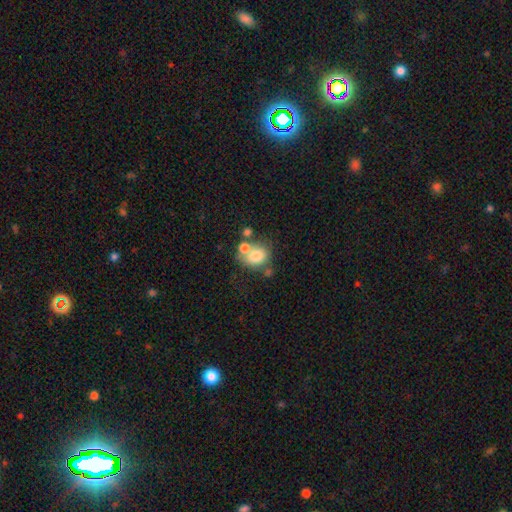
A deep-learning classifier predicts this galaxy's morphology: Smooth or featured? smooth (74%)
How rounded? round (57%)
Merging? none (43%)